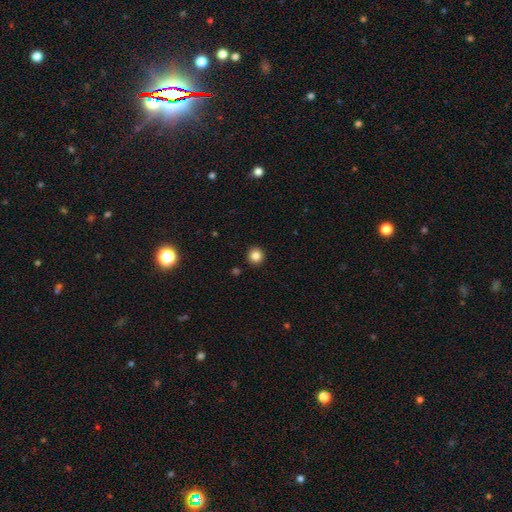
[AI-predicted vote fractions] Smooth or featured: smooth — 85% (star or artifact — 11%)
How rounded: round — 93% (in between — 6%)
Merging: none — 92% (minor disturbance — 5%)